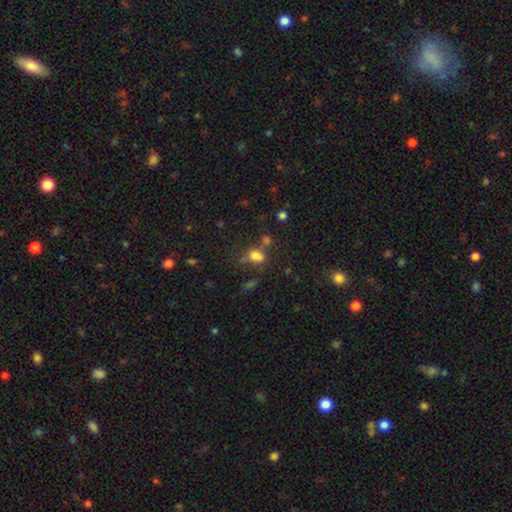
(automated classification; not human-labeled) Smooth or featured: smooth — 71% (star or artifact — 18%)
How rounded: in between — 63% (round — 35%)
Merging: none — 41% (merger — 29%)